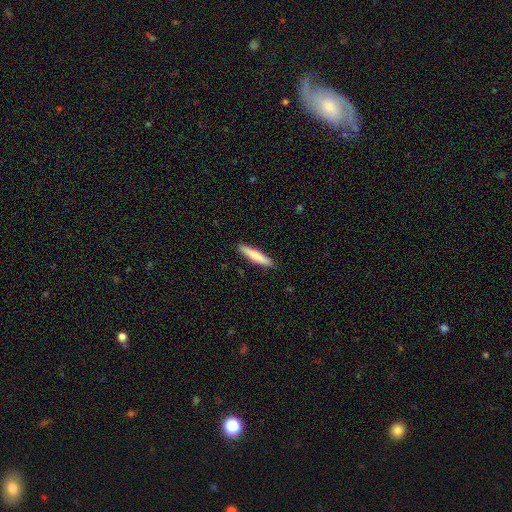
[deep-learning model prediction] Smooth or featured? smooth (80%)
How rounded? cigar-shaped (89%)
Merging? none (90%)